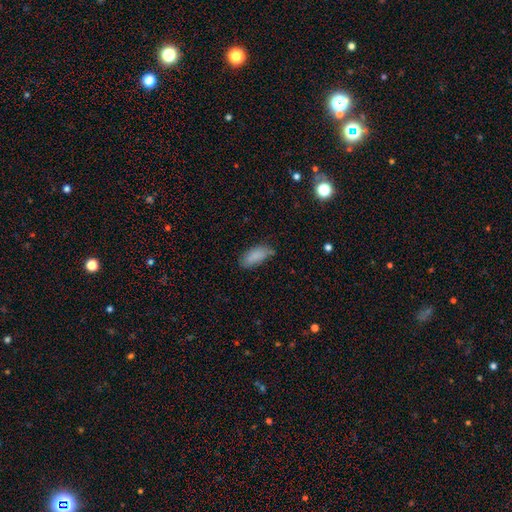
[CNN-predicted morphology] Overall: smooth (85%). How rounded: in between (87%). Merging: none (63%; minor disturbance 28%).